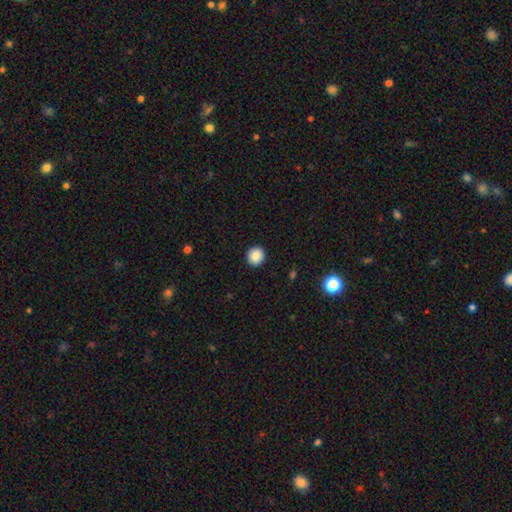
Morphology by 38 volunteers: This is clearly a smooth galaxy (95%). How rounded: clearly round (89%). Merging: clearly none (81%).